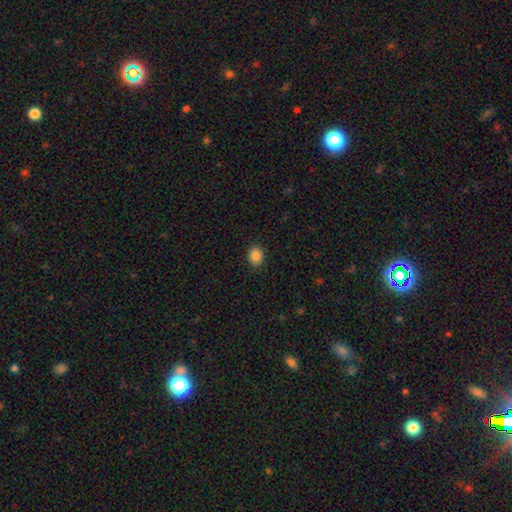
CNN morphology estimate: smooth_or_featured: smooth (p=0.87) [alt: star or artifact p=0.09]
how_rounded: round (p=0.58) [alt: in between p=0.41]
merging: none (p=0.90) [alt: minor disturbance p=0.07]